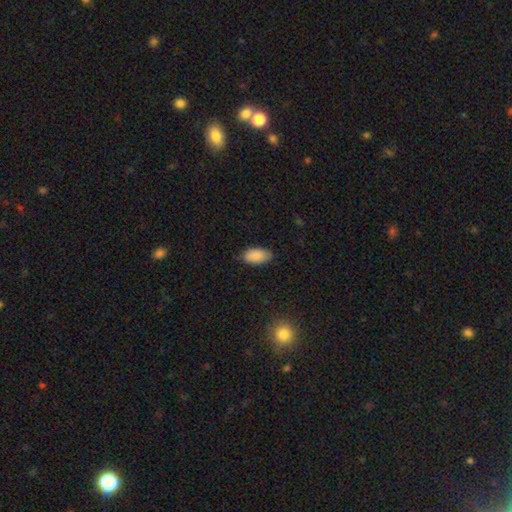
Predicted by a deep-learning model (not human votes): Smooth or featured: smooth — 88% (star or artifact — 7%)
How rounded: in between — 93% (cigar-shaped — 4%)
Merging: none — 83% (minor disturbance — 14%)